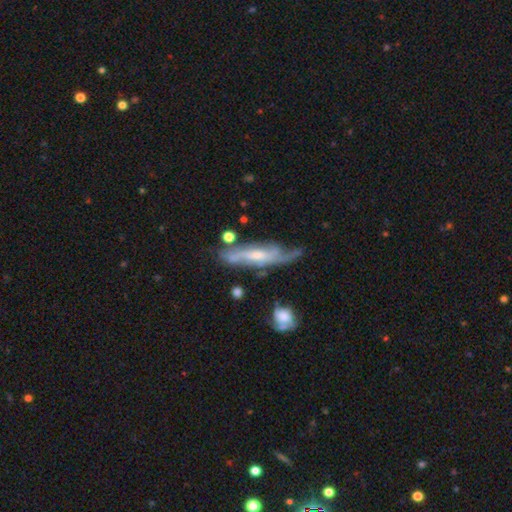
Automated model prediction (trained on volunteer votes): featured or disk 71%, smooth 19%, star or artifact 10%. Down the decision tree: edge-on disk — yes (60%); merging — none (67%).